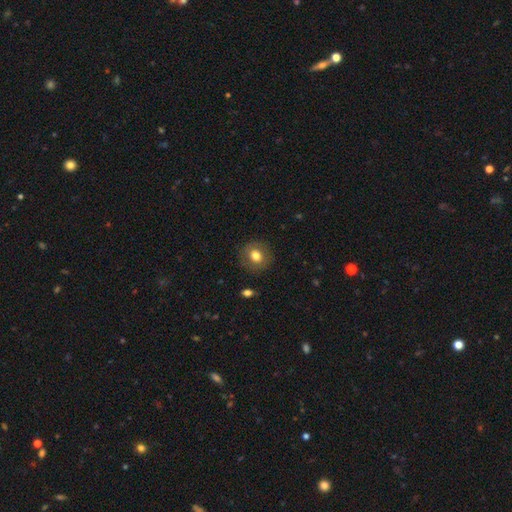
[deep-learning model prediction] smooth 73%, featured or disk 17%, star or artifact 9%. Down the decision tree: how rounded — round (85%); merging — none (87%).